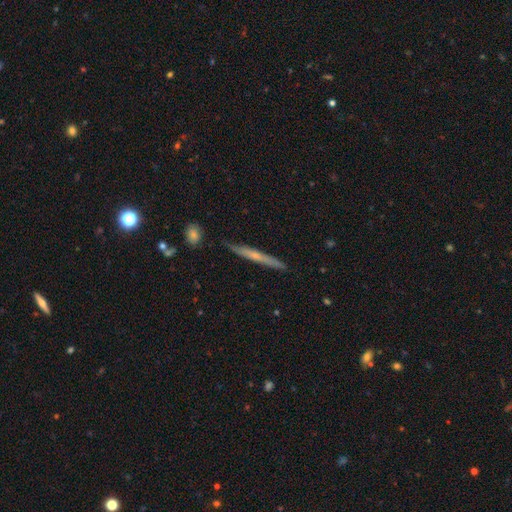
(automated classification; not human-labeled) Morphology: type=featured or disk (58%); edge-on=yes (96%); edge-on bulge=none (50%); merging=none (87%).